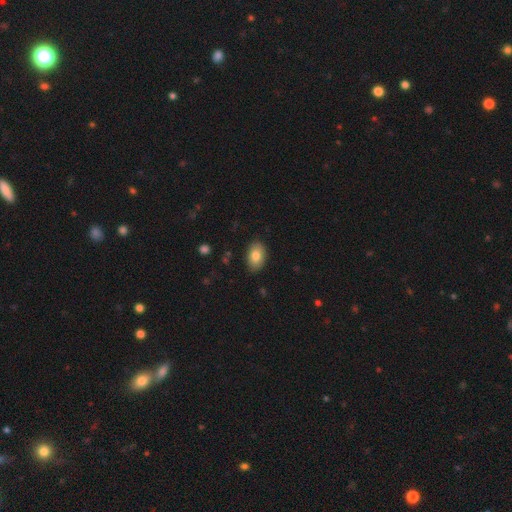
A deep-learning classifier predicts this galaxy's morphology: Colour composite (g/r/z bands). It shows a smooth galaxy with no disk features (82%) that is in between round and cigar-shaped (90%). Merging: none (86%).